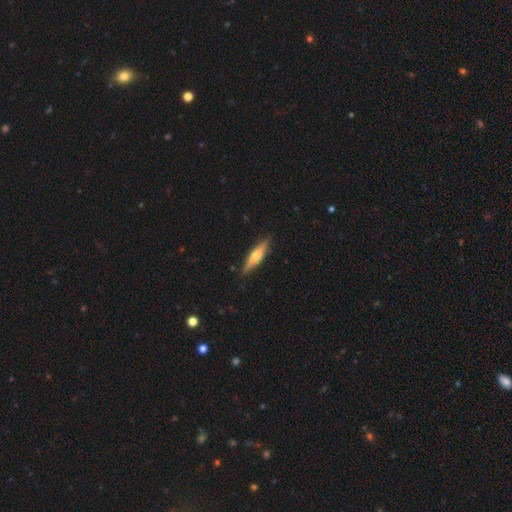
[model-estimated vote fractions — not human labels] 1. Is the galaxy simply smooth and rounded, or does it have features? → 48% featured or disk, 46% smooth, 6% star or artifact.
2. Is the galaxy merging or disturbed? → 87% none, 10% minor disturbance, 2% major disturbance, 1% merger.